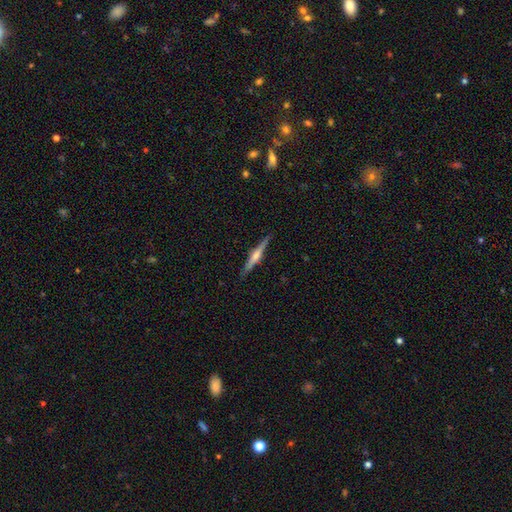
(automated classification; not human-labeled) This is likely a featured or disk galaxy (64%). It is clearly viewed edge-on (98%). Edge-on bulge: likely rounded (76%). Merging: clearly none (90%).